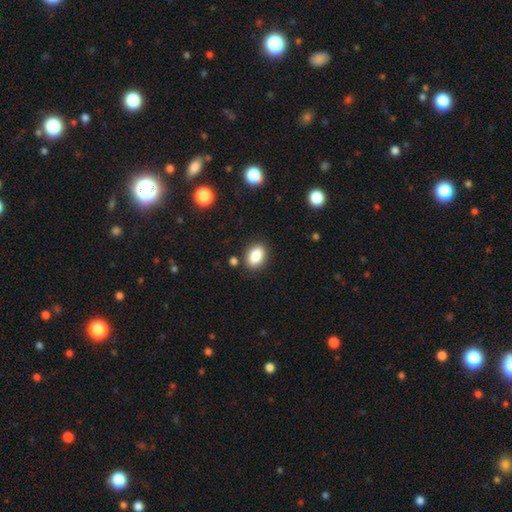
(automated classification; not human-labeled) smooth_or_featured: smooth (p=0.86) [alt: star or artifact p=0.09]
how_rounded: in between (p=0.82) [alt: round p=0.16]
merging: none (p=0.84) [alt: minor disturbance p=0.10]